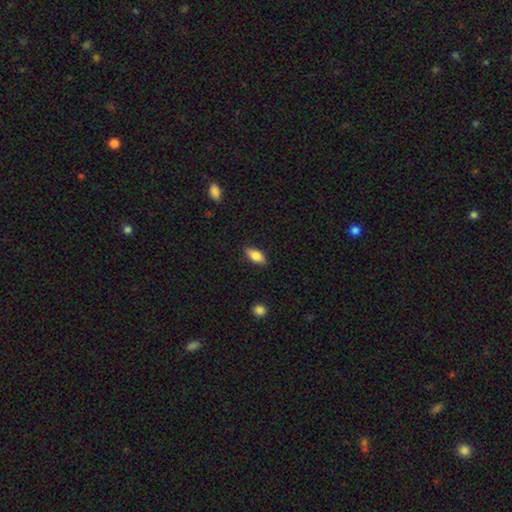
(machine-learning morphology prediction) Smooth or featured?
  - smooth: 80% *
  - featured or disk: 13%
  - star or artifact: 7%
How rounded?
  - in between: 86% *
  - cigar-shaped: 10%
  - round: 3%
Merging?
  - none: 86% *
  - minor disturbance: 11%
  - major disturbance: 2%
  - merger: 1%